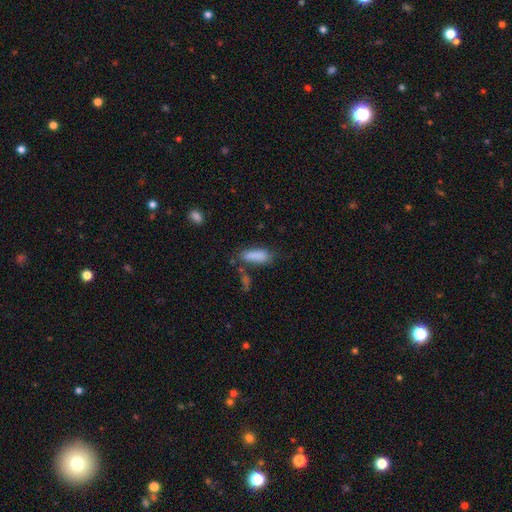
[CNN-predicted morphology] smooth-or-featured: smooth: 85% | star or artifact: 9% | featured or disk: 7%
  how-rounded: in between: 58% | cigar-shaped: 39% | round: 2%
  merging: none: 63% | minor disturbance: 21% | merger: 9% | major disturbance: 8%